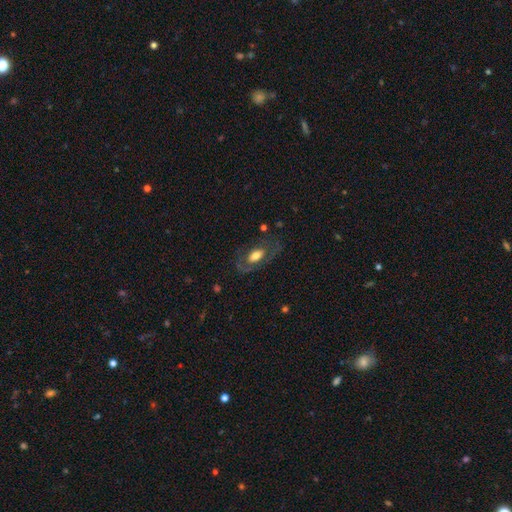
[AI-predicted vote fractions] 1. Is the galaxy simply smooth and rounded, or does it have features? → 48% smooth, 45% featured or disk, 7% star or artifact.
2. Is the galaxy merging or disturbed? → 65% none, 18% minor disturbance, 15% major disturbance, 2% merger.